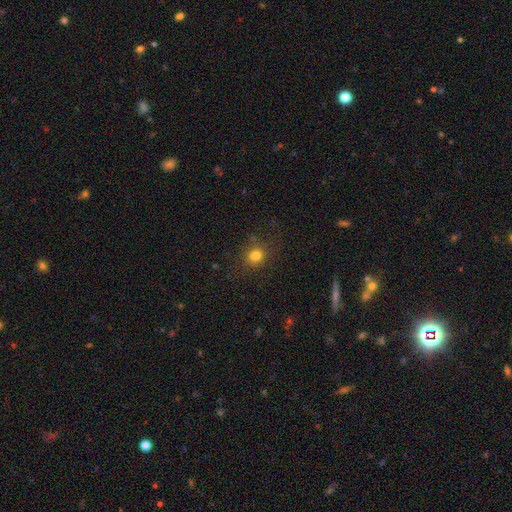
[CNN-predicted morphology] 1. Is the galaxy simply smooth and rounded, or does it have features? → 79% smooth, 15% star or artifact, 7% featured or disk.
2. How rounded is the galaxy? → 74% round, 25% in between, 1% cigar-shaped.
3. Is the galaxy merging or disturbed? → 78% none, 13% minor disturbance, 6% major disturbance, 2% merger.